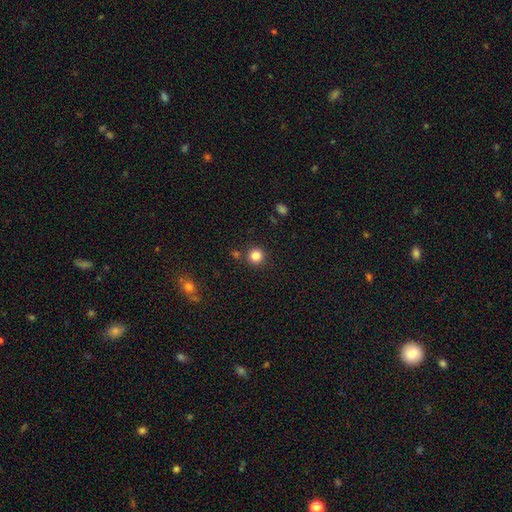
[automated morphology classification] smooth_or_featured: smooth (p=0.83) [alt: star or artifact p=0.12]
how_rounded: round (p=0.94) [alt: in between p=0.05]
merging: none (p=0.87) [alt: minor disturbance p=0.06]